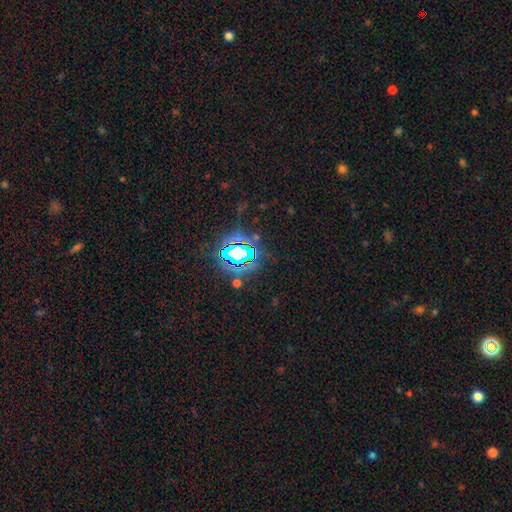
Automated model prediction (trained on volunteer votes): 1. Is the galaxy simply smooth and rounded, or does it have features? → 82% star or artifact, 11% smooth, 7% featured or disk.